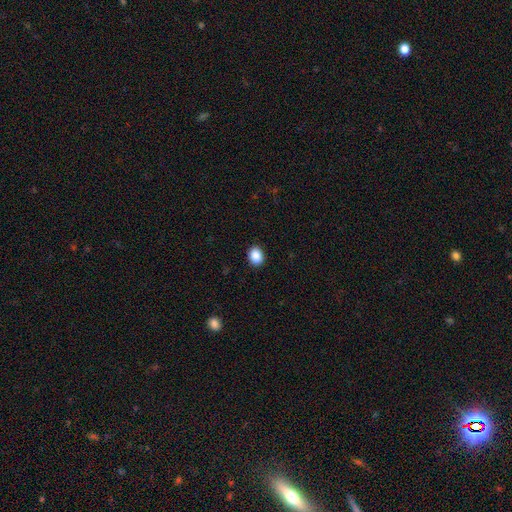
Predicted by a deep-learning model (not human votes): Smooth or featured? Predicted: smooth (p=0.88). How rounded? Predicted: in between (p=0.53). Merging? Predicted: none (p=0.91).